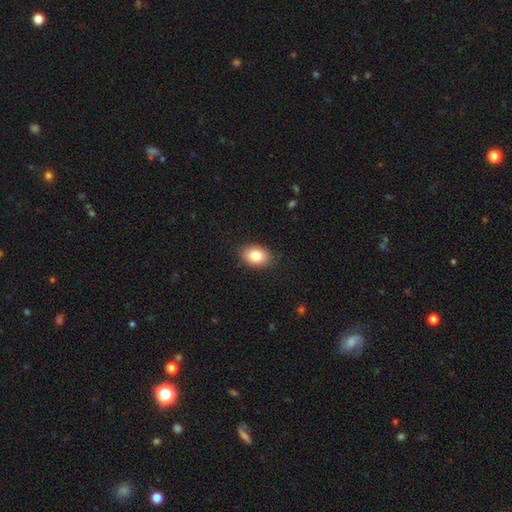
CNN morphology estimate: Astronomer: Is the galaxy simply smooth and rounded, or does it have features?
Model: smooth — 83%.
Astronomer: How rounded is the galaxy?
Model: in between — 80%.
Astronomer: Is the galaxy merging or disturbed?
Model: none — 87%.